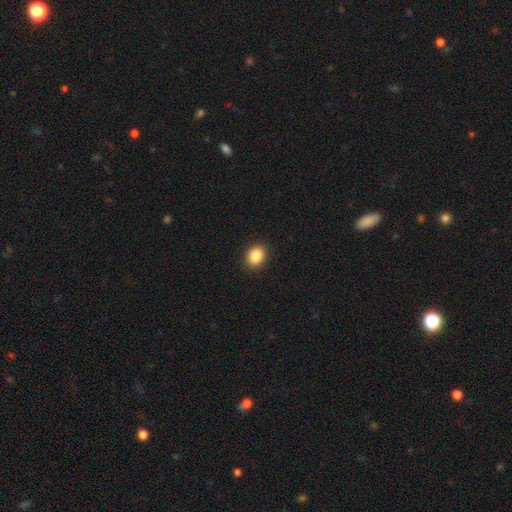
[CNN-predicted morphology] This is clearly a smooth galaxy (89%). How rounded: possibly in between (58%). Merging: clearly none (90%).